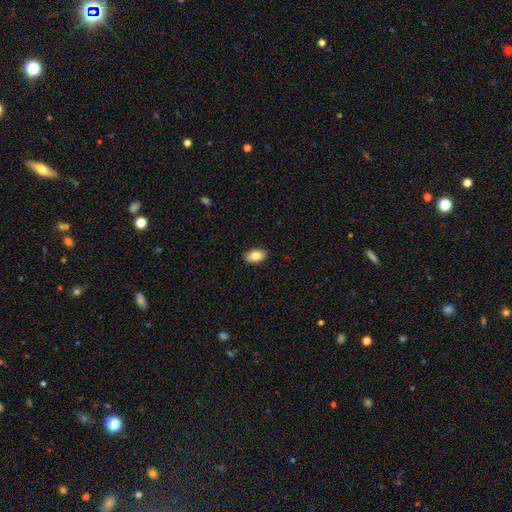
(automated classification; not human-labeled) smooth 84%, featured or disk 8%, star or artifact 7%. Down the decision tree: how rounded — in between (92%); merging — none (89%).